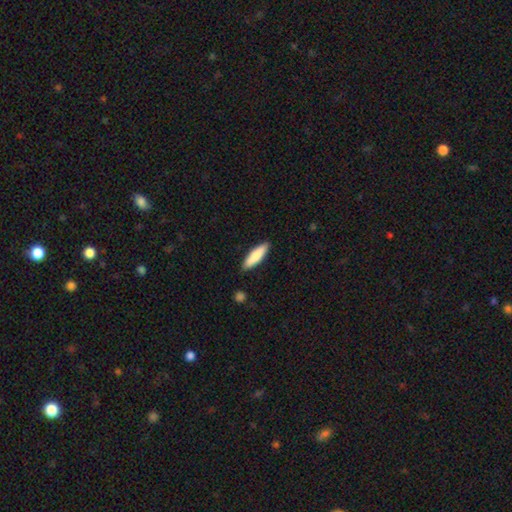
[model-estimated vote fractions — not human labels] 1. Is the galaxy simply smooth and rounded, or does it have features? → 82% smooth, 13% featured or disk, 5% star or artifact.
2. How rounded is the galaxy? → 65% cigar-shaped, 34% in between, 1% round.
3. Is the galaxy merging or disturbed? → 88% none, 9% minor disturbance, 2% major disturbance, 1% merger.